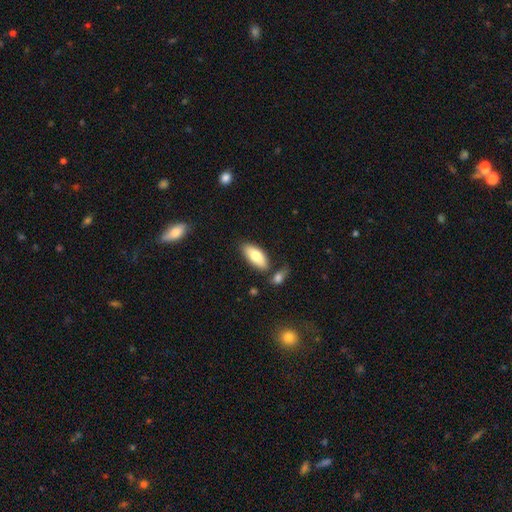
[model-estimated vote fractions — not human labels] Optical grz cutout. It shows a smooth galaxy with no disk features (78%) that is in between round and cigar-shaped (88%). Merging: none (72%).